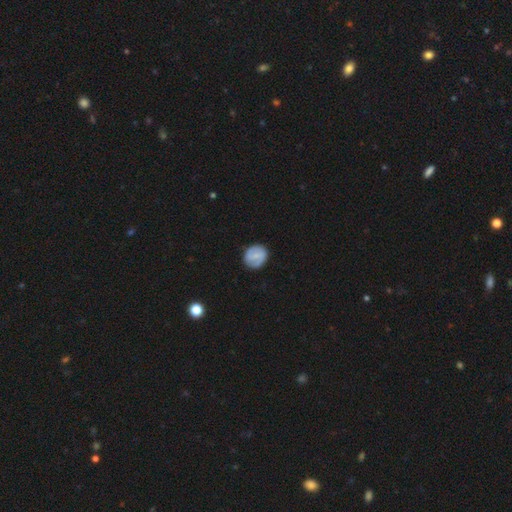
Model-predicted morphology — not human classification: type=smooth (57%); roundness=round (82%); merging=none (85%).